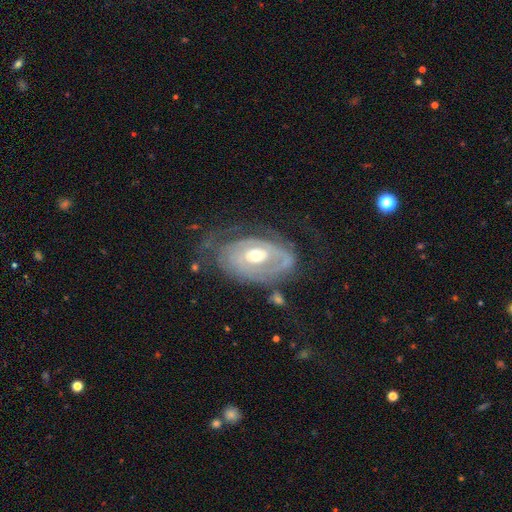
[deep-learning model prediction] Smooth or featured?
  - featured or disk: 82% *
  - smooth: 12%
  - star or artifact: 5%
Edge-on disk?
  - no: 95% *
  - yes: 5%
Bar?
  - no: 68% *
  - weak: 24%
  - strong: 8%
Spiral arms?
  - yes: 79% *
  - no: 21%
Spiral winding?
  - tight: 71% *
  - medium: 20%
  - loose: 9%
Spiral arm count?
  - can't tell: 45% *
  - 2: 28%
  - 1: 11%
  - 3: 8%
  - 4: 4%
  - more than 4: 3%
Bulge size?
  - moderate: 66% *
  - small: 28%
  - large: 4%
  - dominant: 1%
  - none: 1%
Merging?
  - none: 56% *
  - minor disturbance: 23%
  - major disturbance: 19%
  - merger: 3%